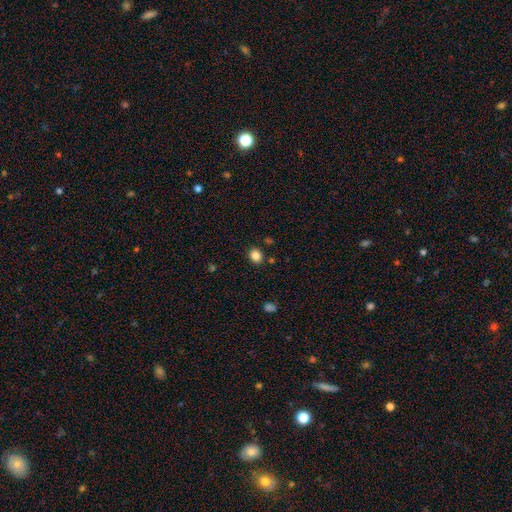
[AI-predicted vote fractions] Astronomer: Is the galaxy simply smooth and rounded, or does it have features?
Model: smooth — 85%.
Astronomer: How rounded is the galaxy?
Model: round — 57% (runner-up: in between, 42%).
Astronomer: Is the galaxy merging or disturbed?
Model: none — 87%.